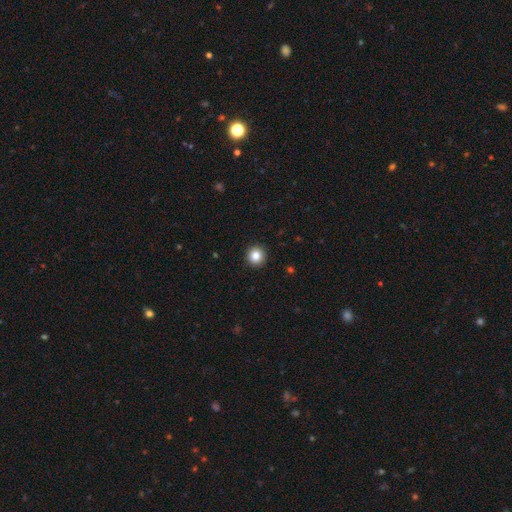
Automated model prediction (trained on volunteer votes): The model was most divided on "smooth or featured": smooth: 84%, star or artifact: 10%, featured or disk: 5%. More confident: how rounded — round (94%); merging — none (93%).